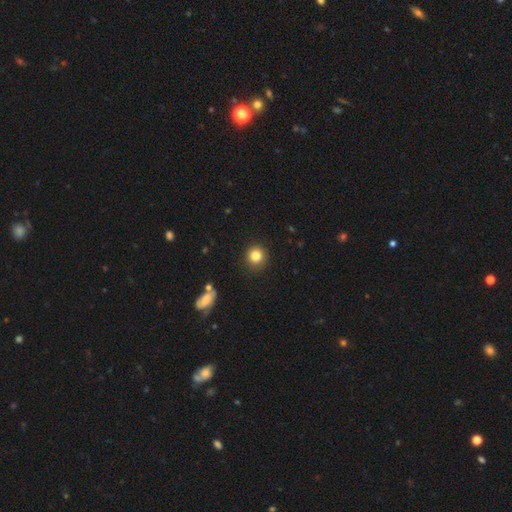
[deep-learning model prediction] Morphology: type=smooth (84%); roundness=round (91%); merging=none (87%).